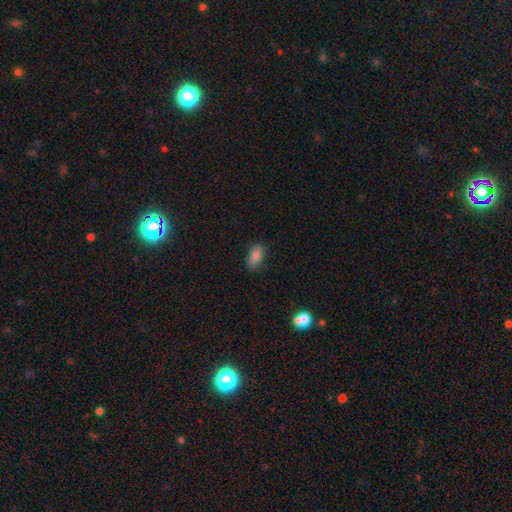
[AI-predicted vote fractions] Smooth or featured? smooth (80%)
How rounded? in between (88%)
Merging? none (75%)